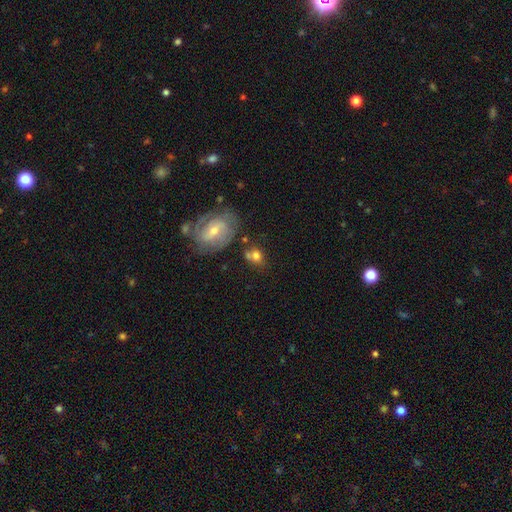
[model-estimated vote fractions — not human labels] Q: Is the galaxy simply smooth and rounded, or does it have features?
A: smooth — 65%.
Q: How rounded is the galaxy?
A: round — 58%.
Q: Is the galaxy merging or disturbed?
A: none — 53%.